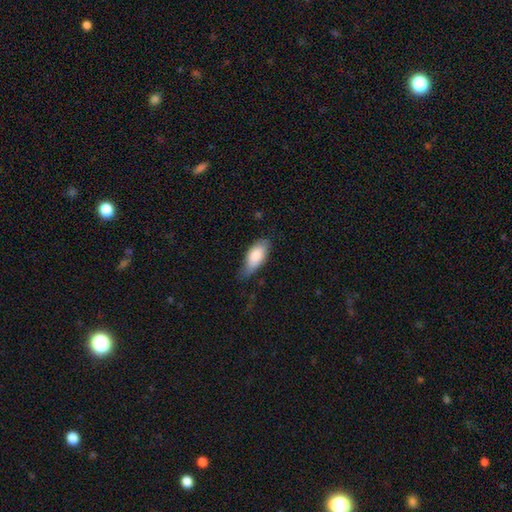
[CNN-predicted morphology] This appears to be a smooth galaxy with no disk features (83%) that is in between round and cigar-shaped (87%). Merging: none (55%).